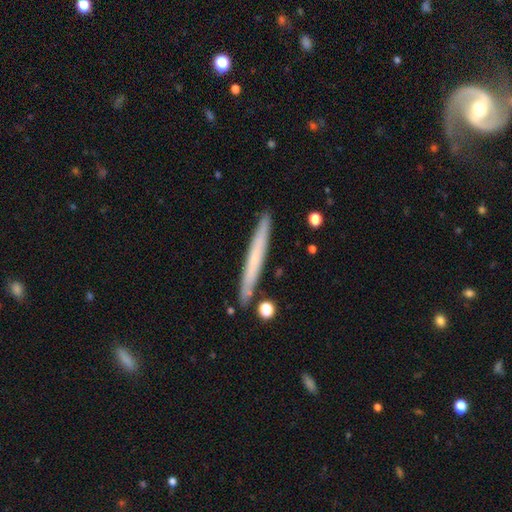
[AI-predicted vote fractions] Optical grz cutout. It shows a smooth galaxy with no disk features (53%) that is cigar-shaped (97%). Merging: none (88%).